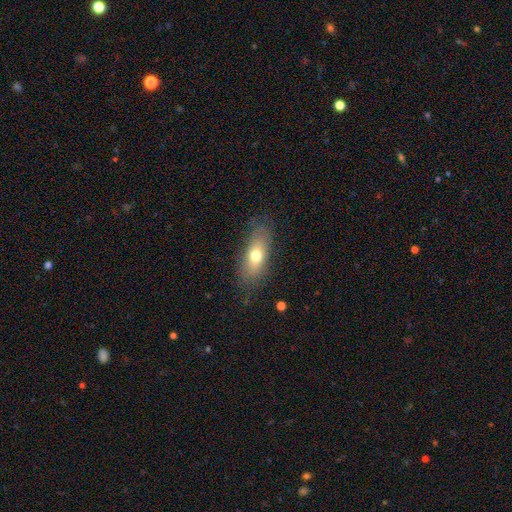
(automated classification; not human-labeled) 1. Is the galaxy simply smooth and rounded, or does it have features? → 67% smooth, 25% featured or disk, 8% star or artifact.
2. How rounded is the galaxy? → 74% in between, 20% cigar-shaped, 6% round.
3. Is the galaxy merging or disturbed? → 77% none, 16% minor disturbance, 6% major disturbance, 1% merger.